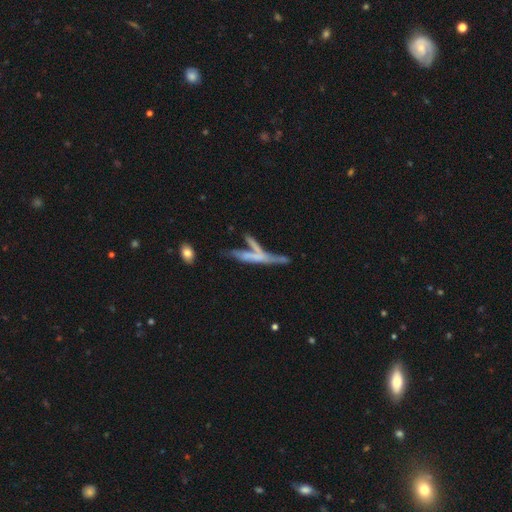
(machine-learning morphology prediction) This is possibly a featured or disk galaxy (50%). Merging: marginally merger (42%).